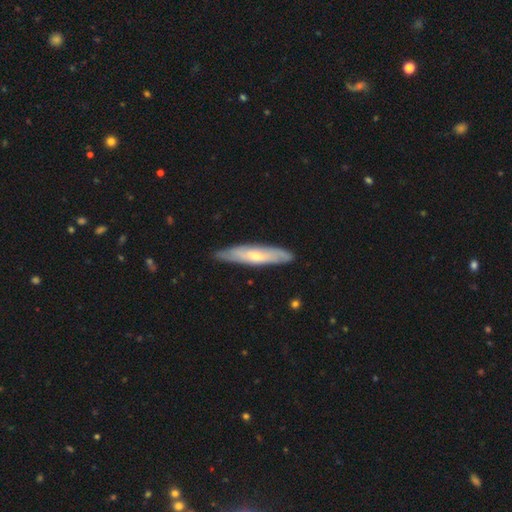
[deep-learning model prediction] This is possibly a featured or disk galaxy (52%). It is likely viewed edge-on (64%). Merging: clearly none (86%).